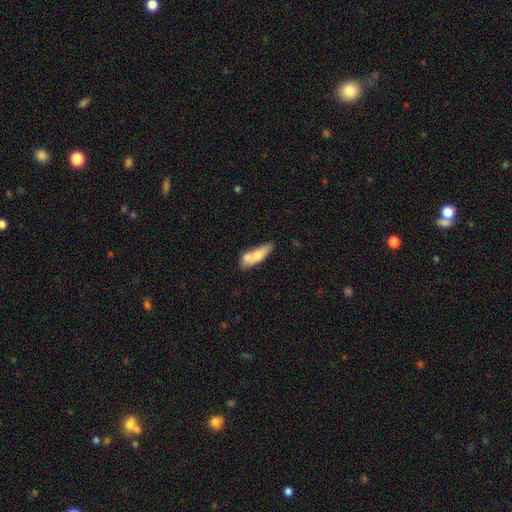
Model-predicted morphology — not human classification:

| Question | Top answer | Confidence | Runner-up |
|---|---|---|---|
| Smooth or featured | smooth | 64% | featured or disk (30%) |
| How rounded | in between | 50% | cigar-shaped (47%) |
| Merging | none | 37% | tied: merger (37%) |